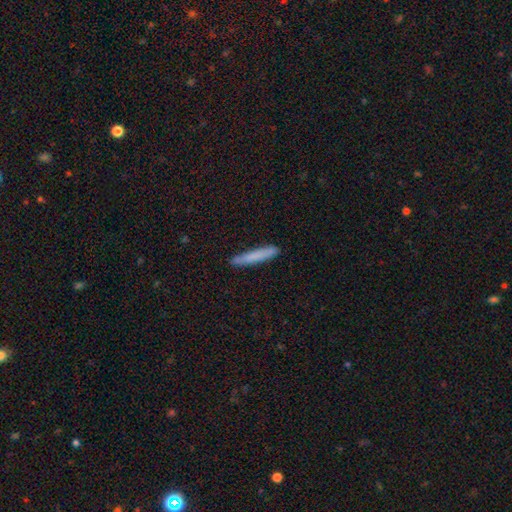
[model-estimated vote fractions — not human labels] smooth-or-featured: smooth: 79% | featured or disk: 15% | star or artifact: 6%
  how-rounded: cigar-shaped: 94% | in between: 4% | round: 1%
  merging: none: 85% | minor disturbance: 11% | major disturbance: 2% | merger: 2%